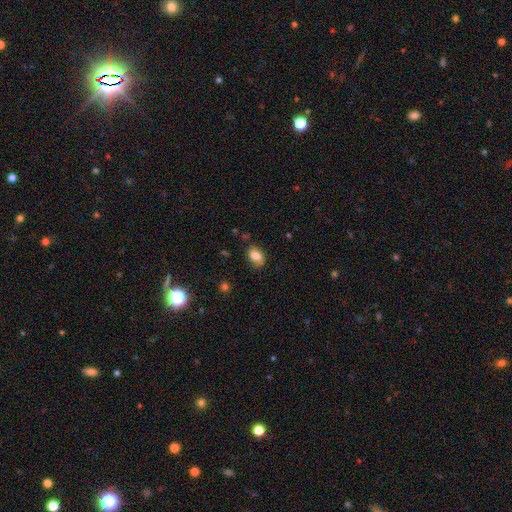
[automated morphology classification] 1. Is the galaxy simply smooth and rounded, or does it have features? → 81% smooth, 10% featured or disk, 9% star or artifact.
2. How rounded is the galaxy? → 78% in between, 21% round, 1% cigar-shaped.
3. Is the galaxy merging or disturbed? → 73% none, 21% minor disturbance, 5% major disturbance, 2% merger.